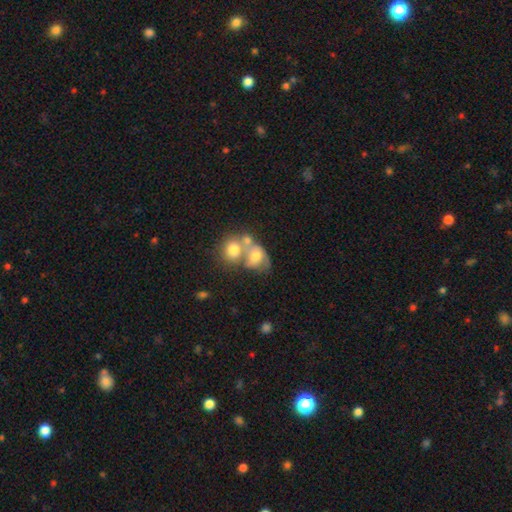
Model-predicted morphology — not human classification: This appears to be a smooth galaxy with no disk features (53%) that is in between round and cigar-shaped (57%). Merging: merger (60%).